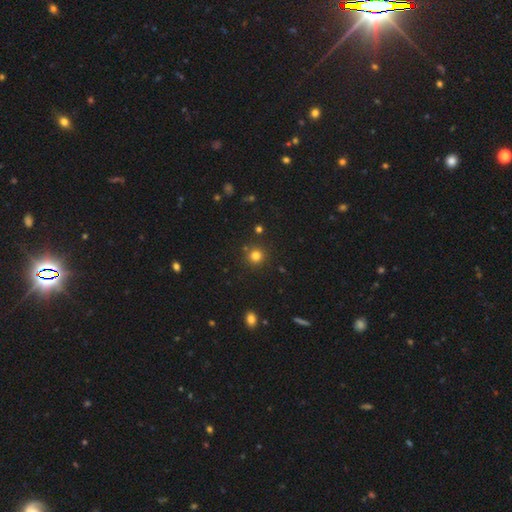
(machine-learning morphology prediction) A smooth galaxy with no disk features (79%) that is round (94%). Merging: none (87%).